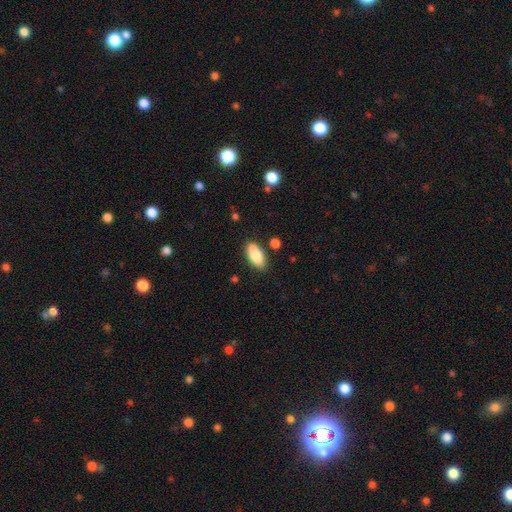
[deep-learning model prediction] Q: Smooth or featured?
A: smooth (78%); runner-up: featured or disk (14%)
Q: How rounded?
A: in between (86%); runner-up: cigar-shaped (11%)
Q: Merging?
A: none (65%); runner-up: minor disturbance (17%)